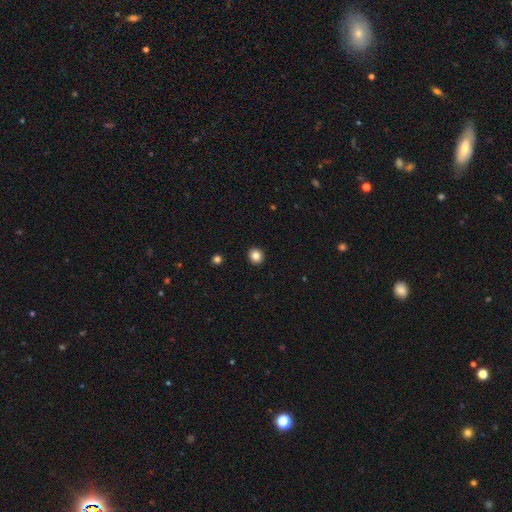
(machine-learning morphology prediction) smooth 84%, star or artifact 10%, featured or disk 5%. Down the decision tree: how rounded — round (87%); merging — none (93%).